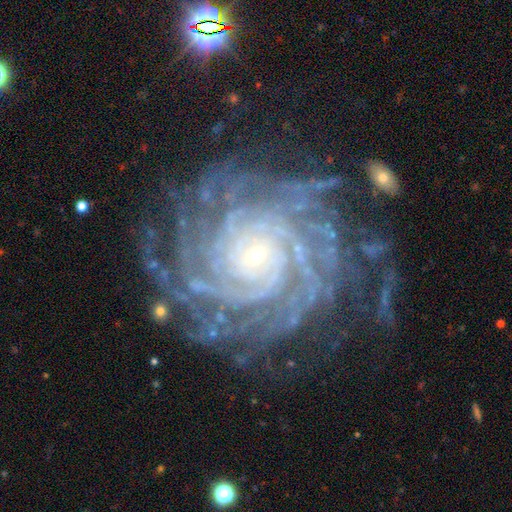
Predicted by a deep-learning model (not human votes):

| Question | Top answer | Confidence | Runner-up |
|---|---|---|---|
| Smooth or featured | featured or disk | 91% | star or artifact (5%) |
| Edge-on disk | no | 98% | yes (2%) |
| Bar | no | 70% | weak (19%) |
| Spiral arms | yes | 98% | no (2%) |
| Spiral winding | tight | 86% | medium (12%) |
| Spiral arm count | more than 4 | 31% | 4 (21%) |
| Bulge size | small | 83% | moderate (13%) |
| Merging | none | 74% | minor disturbance (16%) |